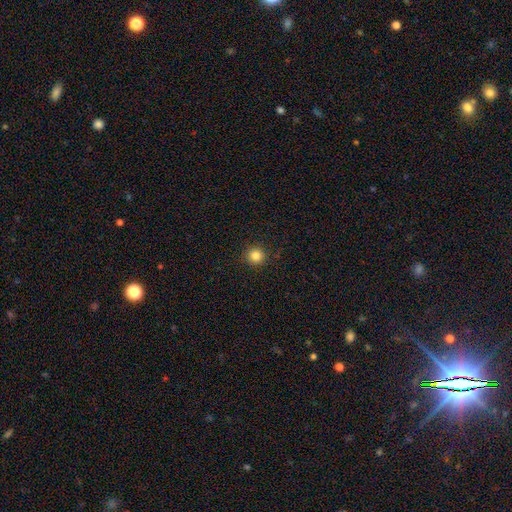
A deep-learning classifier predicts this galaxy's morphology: This is clearly a smooth galaxy (84%). How rounded: clearly round (94%). Merging: clearly none (92%).